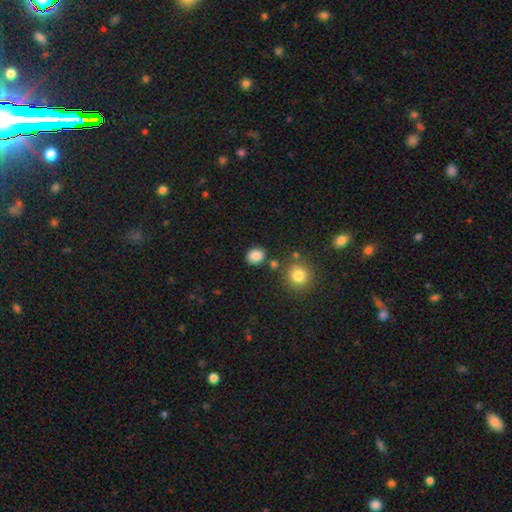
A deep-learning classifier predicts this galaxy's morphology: A smooth galaxy with no disk features (85%) that is round (56%).

Vote fractions:
- Smooth or featured? smooth: 85% / star or artifact: 10% / featured or disk: 5%
- How rounded? round: 56% / in between: 43% / cigar-shaped: 1%
- Merging? none: 82% / minor disturbance: 10% / merger: 5% / major disturbance: 3%